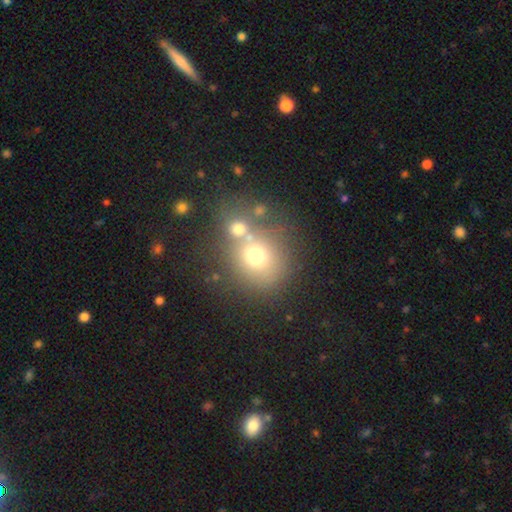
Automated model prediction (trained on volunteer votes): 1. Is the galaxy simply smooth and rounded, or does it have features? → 67% smooth, 17% featured or disk, 17% star or artifact.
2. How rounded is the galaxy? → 83% round, 16% in between, 1% cigar-shaped.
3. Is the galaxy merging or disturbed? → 51% none, 33% merger, 10% minor disturbance, 6% major disturbance.